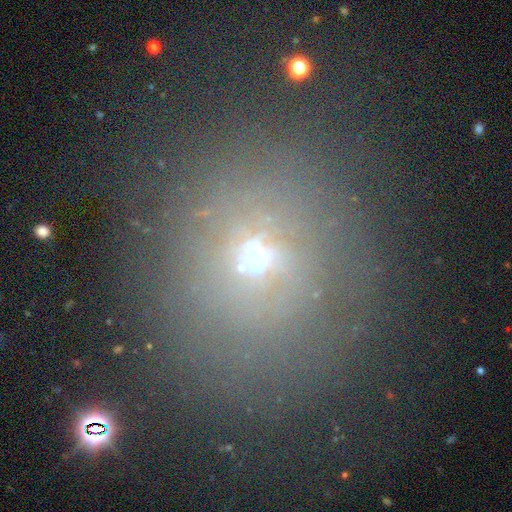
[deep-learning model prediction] Morphology: type=smooth (43%); merging=none (67%).